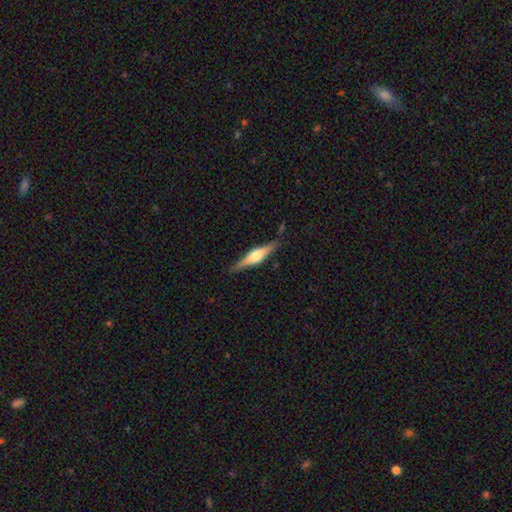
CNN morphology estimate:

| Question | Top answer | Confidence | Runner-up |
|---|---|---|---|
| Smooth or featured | featured or disk | 69% | smooth (25%) |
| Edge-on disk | yes | 97% | no (3%) |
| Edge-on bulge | rounded | 87% | boxy (10%) |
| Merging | none | 87% | minor disturbance (9%) |